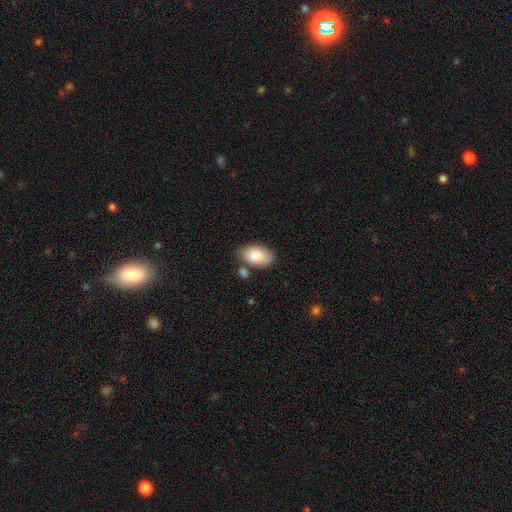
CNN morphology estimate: A smooth galaxy with no disk features (85%) that is in between round and cigar-shaped (93%).

Vote fractions:
- Smooth or featured? smooth: 85% / featured or disk: 9% / star or artifact: 7%
- How rounded? in between: 93% / round: 5% / cigar-shaped: 1%
- Merging? none: 62% / minor disturbance: 21% / merger: 11% / major disturbance: 5%